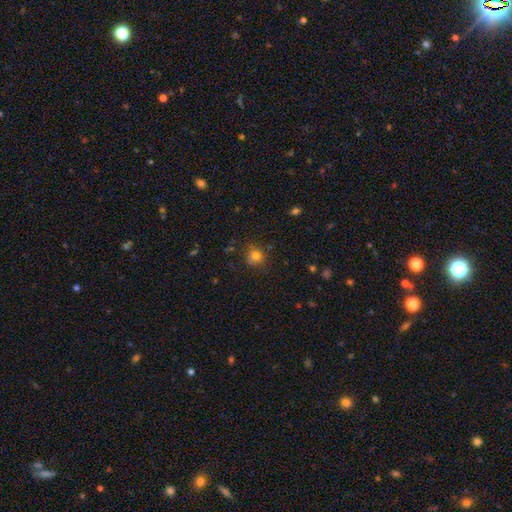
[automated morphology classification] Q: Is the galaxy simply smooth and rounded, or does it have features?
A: smooth — 76%.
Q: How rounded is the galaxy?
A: round — 81%.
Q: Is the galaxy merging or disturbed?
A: none — 71%.